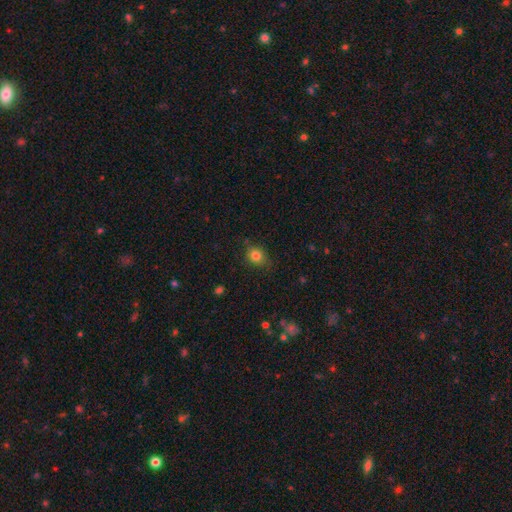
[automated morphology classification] Smooth or featured?
  - smooth: 82% *
  - star or artifact: 12%
  - featured or disk: 6%
How rounded?
  - round: 67% *
  - in between: 32%
  - cigar-shaped: 1%
Merging?
  - none: 78% *
  - minor disturbance: 17%
  - major disturbance: 4%
  - merger: 1%